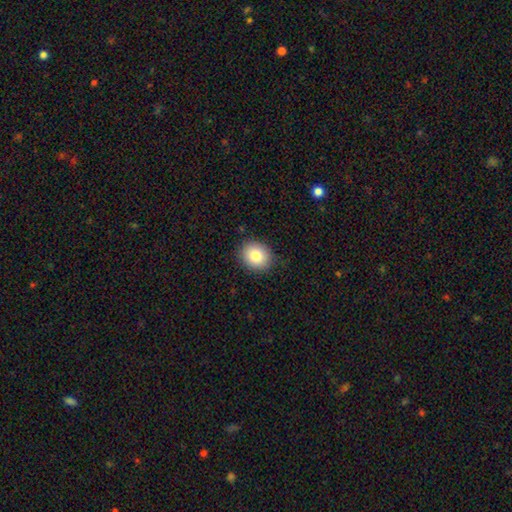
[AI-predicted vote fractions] Smooth or featured?
  - smooth: 81% *
  - star or artifact: 9%
  - featured or disk: 9%
How rounded?
  - round: 71% *
  - in between: 28%
  - cigar-shaped: 1%
Merging?
  - none: 87% *
  - minor disturbance: 9%
  - major disturbance: 2%
  - merger: 1%